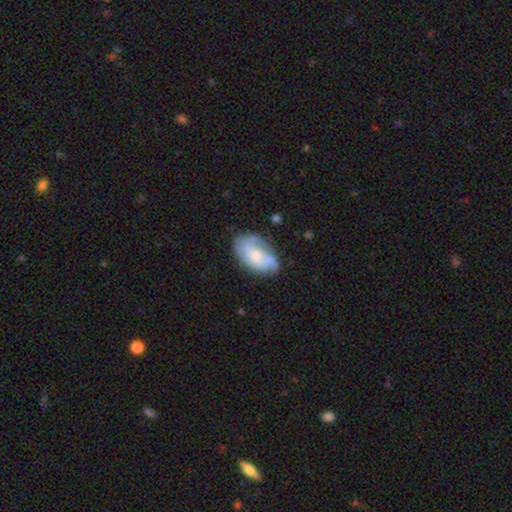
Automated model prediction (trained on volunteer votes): This appears to be a featured or disk galaxy (60%) with no bar (67%), spiral arms (78%) and a small central bulge (47%). Merging: none (58%).